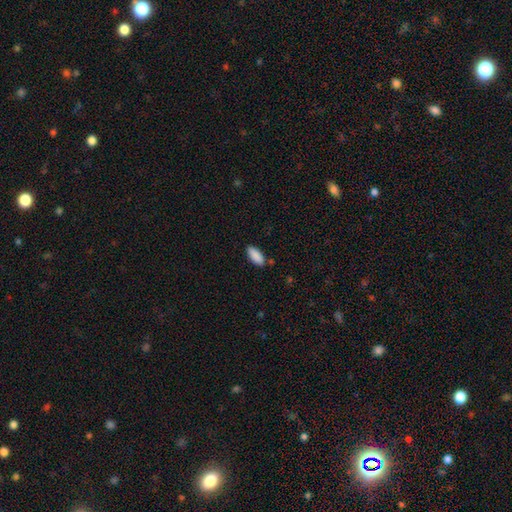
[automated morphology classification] The model was most divided on "merging": none: 85%, minor disturbance: 10%, merger: 2%, major disturbance: 2%. More confident: smooth or featured — smooth (90%); how rounded — in between (87%).